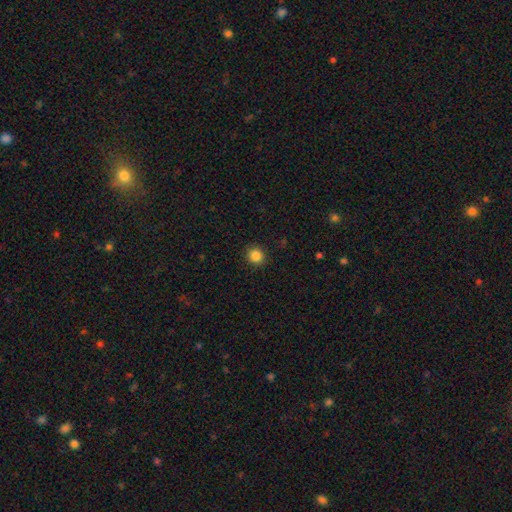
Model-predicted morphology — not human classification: smooth_or_featured: smooth (p=0.85) [alt: star or artifact p=0.11]
how_rounded: round (p=0.91) [alt: in between p=0.09]
merging: none (p=0.91) [alt: minor disturbance p=0.06]